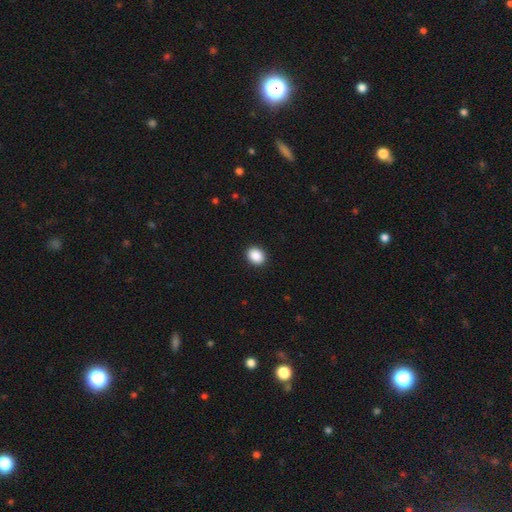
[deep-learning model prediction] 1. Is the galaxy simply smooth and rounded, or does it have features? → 89% smooth, 8% star or artifact, 3% featured or disk.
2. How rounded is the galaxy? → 55% in between, 44% round, 1% cigar-shaped.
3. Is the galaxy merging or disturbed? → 92% none, 5% minor disturbance, 2% major disturbance, 1% merger.